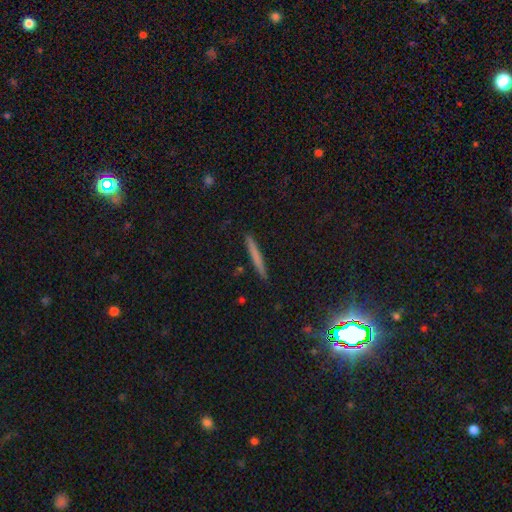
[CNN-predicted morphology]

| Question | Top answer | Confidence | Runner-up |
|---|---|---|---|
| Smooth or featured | smooth | 66% | featured or disk (27%) |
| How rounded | cigar-shaped | 96% | in between (2%) |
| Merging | none | 91% | minor disturbance (6%) |